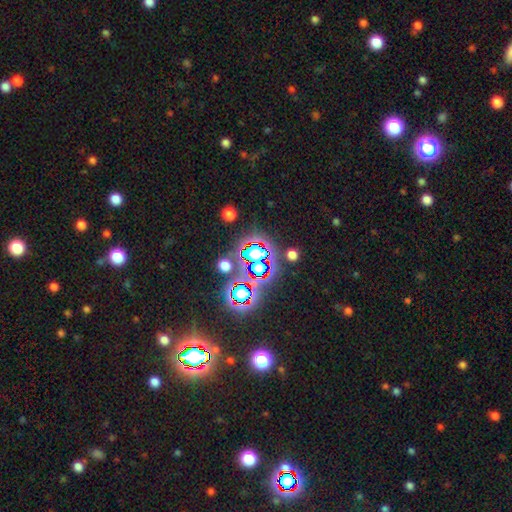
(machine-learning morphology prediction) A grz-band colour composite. It shows a star or artifact, not a galaxy (63%).